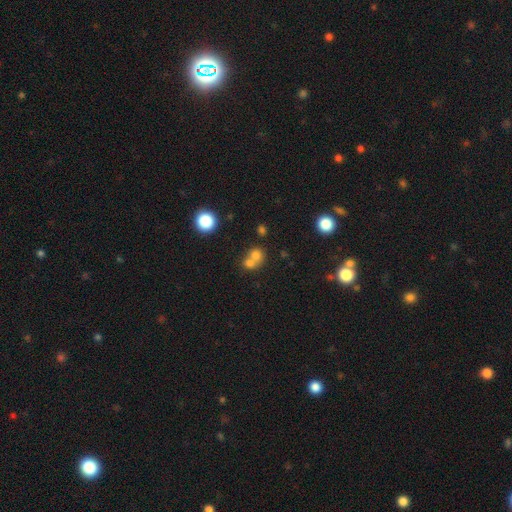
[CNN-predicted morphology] A smooth galaxy with no disk features (71%) that is round (76%).

Vote fractions:
- Smooth or featured? smooth: 71% / featured or disk: 14% / star or artifact: 14%
- How rounded? round: 76% / in between: 23% / cigar-shaped: 1%
- Merging? merger: 60% / none: 31% / minor disturbance: 5% / major disturbance: 3%